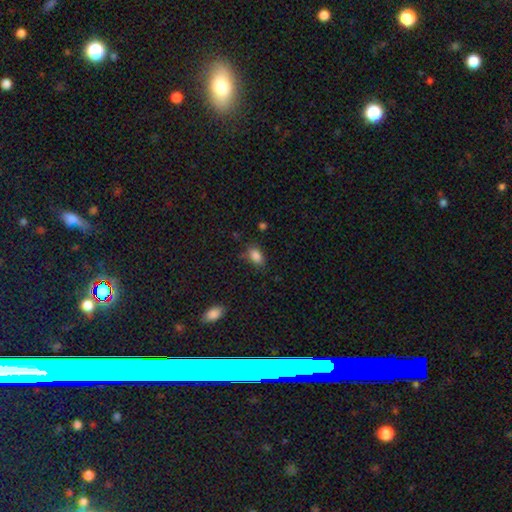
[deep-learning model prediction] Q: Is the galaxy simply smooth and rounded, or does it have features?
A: smooth — 85%.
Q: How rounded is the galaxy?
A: in between — 87%.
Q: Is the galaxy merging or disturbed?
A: none — 71%.